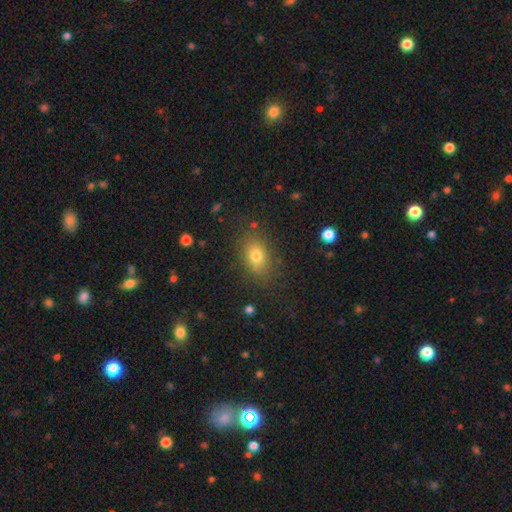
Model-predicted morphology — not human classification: Q: Smooth or featured?
A: smooth (75%); runner-up: star or artifact (13%)
Q: How rounded?
A: in between (75%); runner-up: round (23%)
Q: Merging?
A: none (82%); runner-up: minor disturbance (12%)